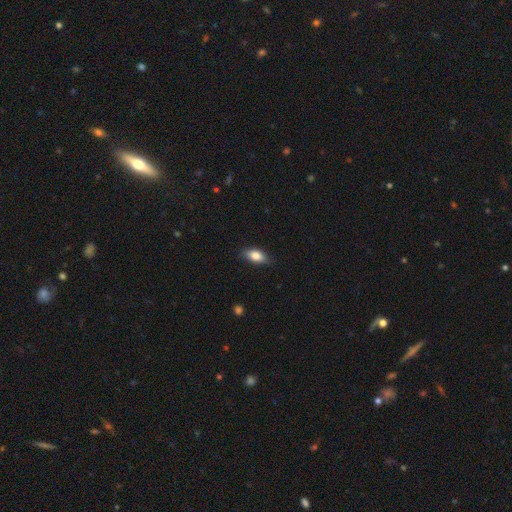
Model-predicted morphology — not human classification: smooth-or-featured: smooth: 82% | featured or disk: 11% | star or artifact: 7%
  how-rounded: in between: 87% | cigar-shaped: 9% | round: 4%
  merging: none: 84% | minor disturbance: 13% | major disturbance: 2% | merger: 1%